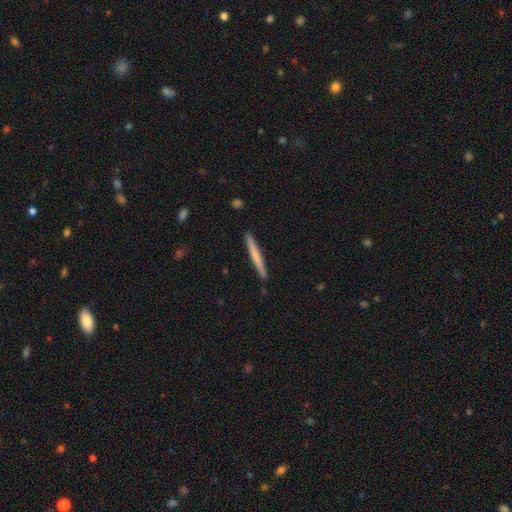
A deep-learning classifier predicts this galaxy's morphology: Smooth or featured? smooth (59%)
How rounded? cigar-shaped (97%)
Merging? none (91%)